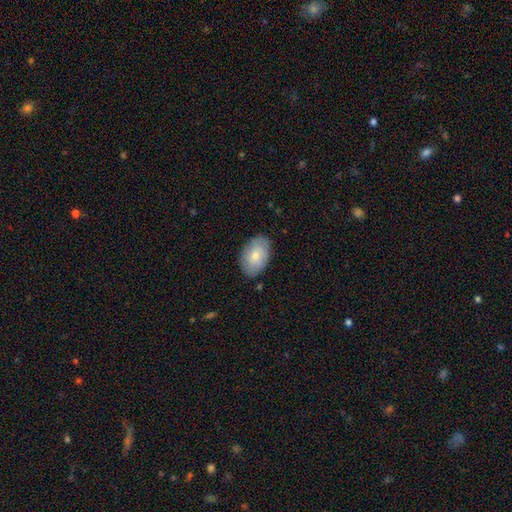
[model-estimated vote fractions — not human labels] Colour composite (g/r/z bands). It shows a smooth galaxy with no disk features (74%) that is in between round and cigar-shaped (90%). Merging: none (82%).